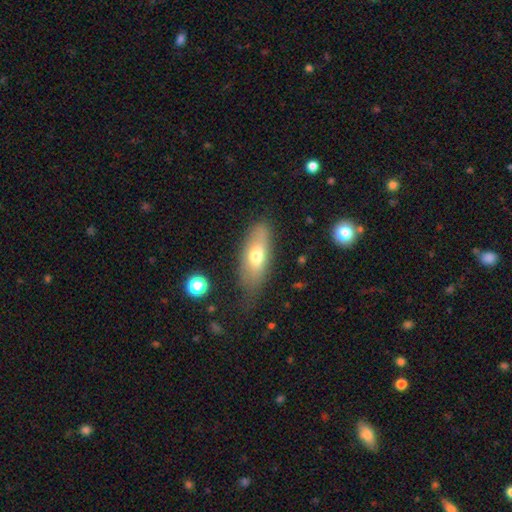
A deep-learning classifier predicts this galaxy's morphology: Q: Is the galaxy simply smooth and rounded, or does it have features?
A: smooth — 65%.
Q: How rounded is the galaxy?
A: in between — 75%.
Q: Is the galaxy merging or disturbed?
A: none — 68%.